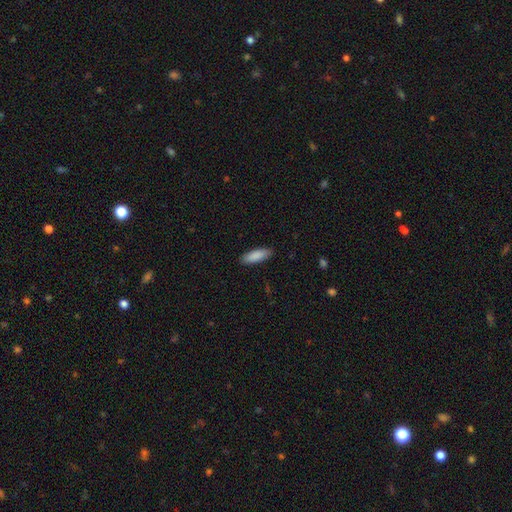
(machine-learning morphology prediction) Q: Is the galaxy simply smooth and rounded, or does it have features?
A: smooth — 89%.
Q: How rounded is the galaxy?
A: in between — 58%.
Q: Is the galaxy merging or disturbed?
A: none — 89%.